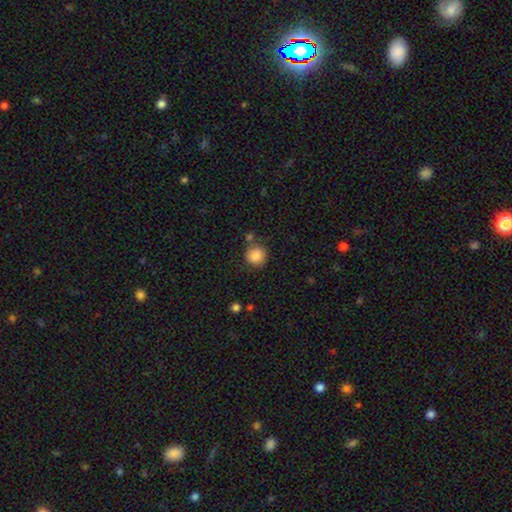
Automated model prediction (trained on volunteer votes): Overall: smooth (87%). How rounded: round (89%). Merging: none (76%).